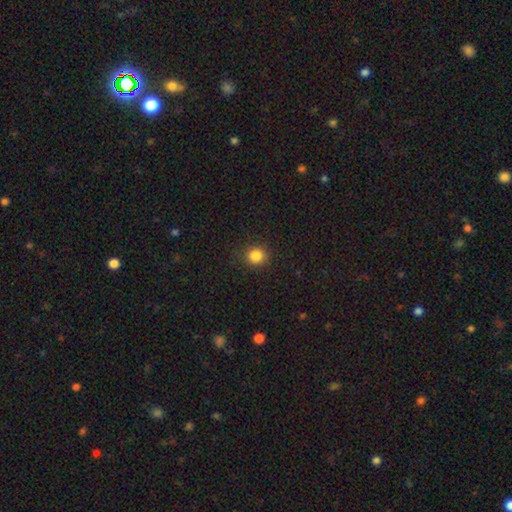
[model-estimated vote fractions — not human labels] Smooth or featured: smooth — 85% (star or artifact — 12%)
How rounded: round — 87% (in between — 12%)
Merging: none — 90% (minor disturbance — 7%)